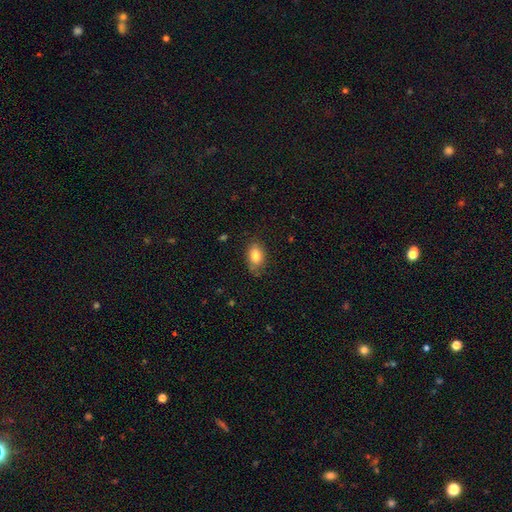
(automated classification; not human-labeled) Smooth or featured: smooth — 82% (featured or disk — 10%)
How rounded: in between — 87% (round — 11%)
Merging: none — 75% (minor disturbance — 19%)